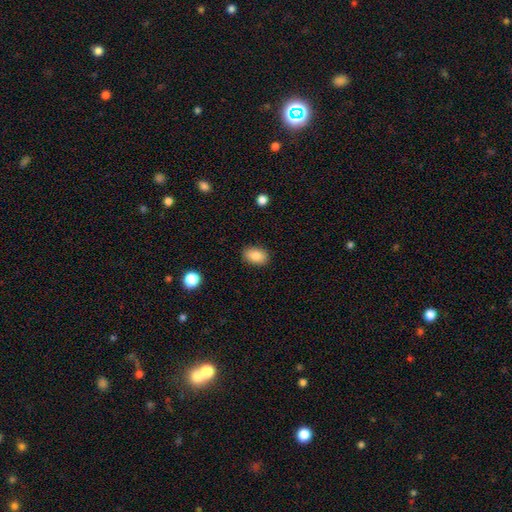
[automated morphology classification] Smooth or featured? smooth (85%)
How rounded? in between (87%)
Merging? none (88%)